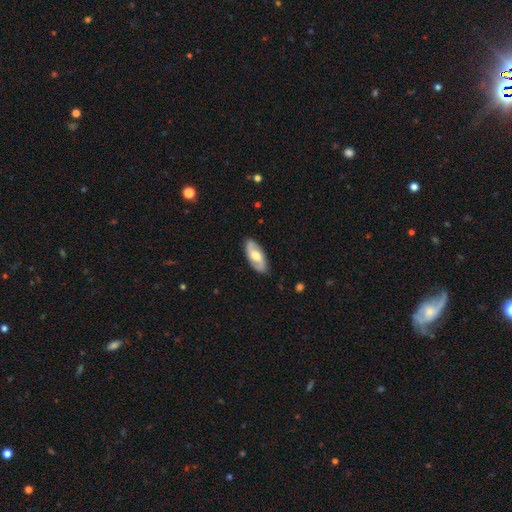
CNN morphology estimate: featured or disk 63%, smooth 33%, star or artifact 5%. Down the decision tree: edge-on disk — no (88%); bar — no (53%); spiral arms — yes (81%); bulge size — moderate (72%); merging — none (87%).